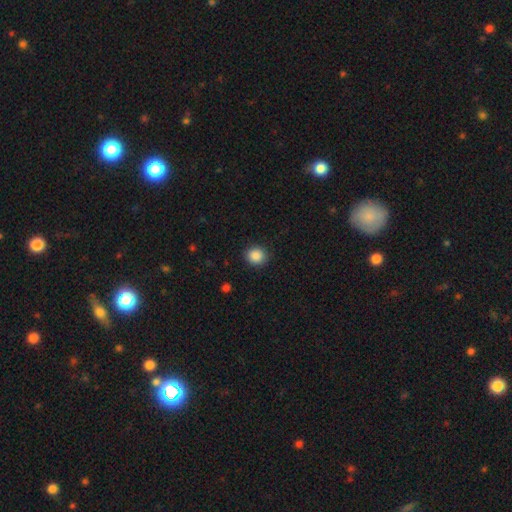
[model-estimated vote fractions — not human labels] smooth-or-featured: smooth: 88% | star or artifact: 9% | featured or disk: 3%
  how-rounded: round: 86% | in between: 13% | cigar-shaped: 1%
  merging: none: 90% | minor disturbance: 7% | major disturbance: 2% | merger: 1%